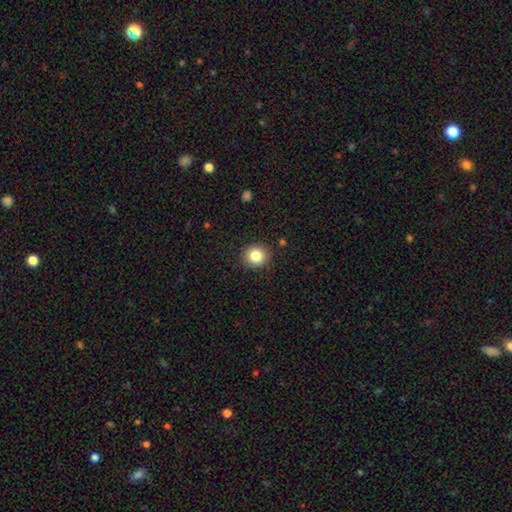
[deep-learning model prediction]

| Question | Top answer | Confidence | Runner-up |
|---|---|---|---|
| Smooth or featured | smooth | 83% | star or artifact (10%) |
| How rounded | round | 85% | in between (14%) |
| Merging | none | 89% | minor disturbance (7%) |